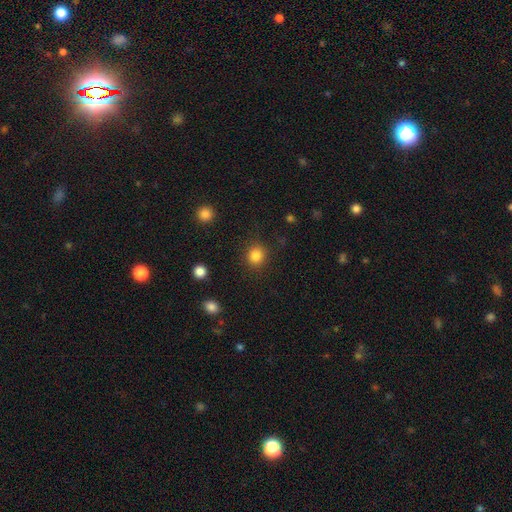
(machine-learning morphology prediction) Smooth or featured? Predicted: smooth (p=0.85). How rounded? Predicted: round (p=0.89). Merging? Predicted: none (p=0.89).